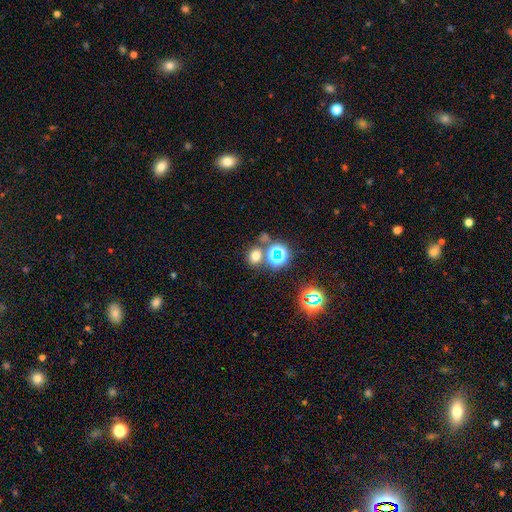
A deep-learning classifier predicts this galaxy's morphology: A smooth galaxy with no disk features (64%) that is round (66%).

Vote fractions:
- Smooth or featured? smooth: 64% / star or artifact: 28% / featured or disk: 8%
- How rounded? round: 66% / in between: 33% / cigar-shaped: 1%
- Merging? none: 68% / merger: 19% / minor disturbance: 9% / major disturbance: 4%